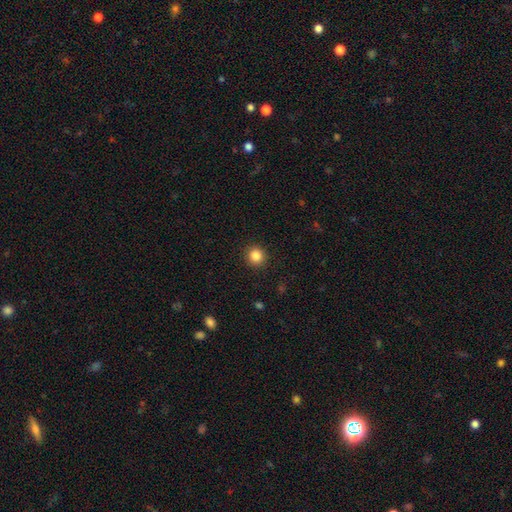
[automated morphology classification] Smooth or featured?
  - smooth: 86% *
  - star or artifact: 11%
  - featured or disk: 4%
How rounded?
  - round: 92% *
  - in between: 7%
  - cigar-shaped: 1%
Merging?
  - none: 92% *
  - minor disturbance: 5%
  - major disturbance: 2%
  - merger: 1%